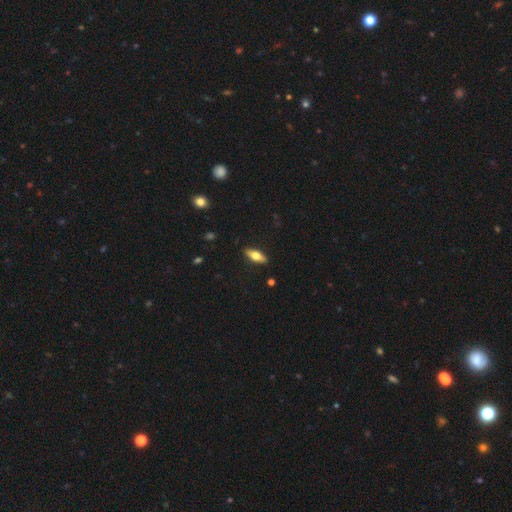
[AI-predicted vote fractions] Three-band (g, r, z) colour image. It shows a smooth galaxy with no disk features (55%) that is in between round and cigar-shaped (63%). Merging: none (89%).